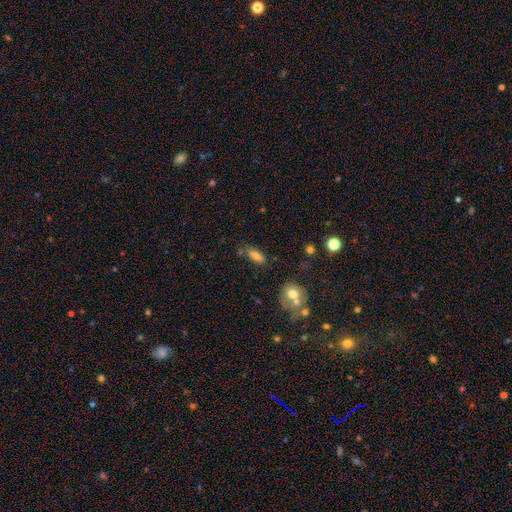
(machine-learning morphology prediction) The model was most divided on "merging": none: 61%, minor disturbance: 20%, merger: 11%, major disturbance: 7%. More confident: smooth or featured — smooth (77%); how rounded — in between (72%).